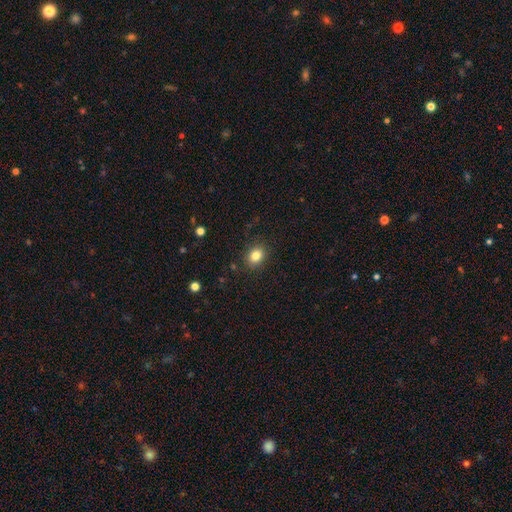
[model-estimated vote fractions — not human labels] Smooth or featured?
  - smooth: 83% *
  - star or artifact: 11%
  - featured or disk: 7%
How rounded?
  - round: 51% *
  - in between: 48%
  - cigar-shaped: 1%
Merging?
  - none: 87% *
  - minor disturbance: 9%
  - major disturbance: 3%
  - merger: 1%